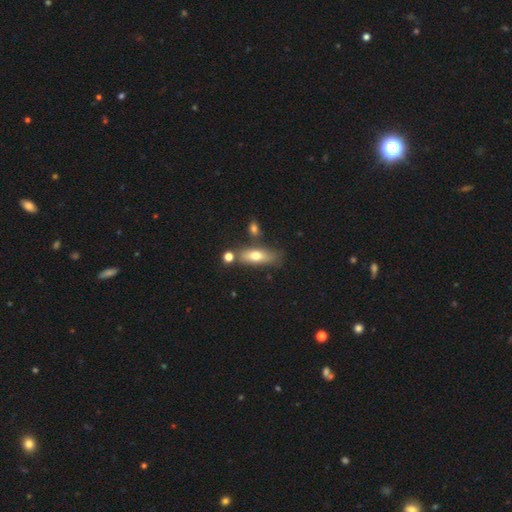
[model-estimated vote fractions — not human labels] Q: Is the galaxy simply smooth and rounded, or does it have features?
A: smooth — 66%.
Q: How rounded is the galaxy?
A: in between — 59%.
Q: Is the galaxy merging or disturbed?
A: none — 64%.